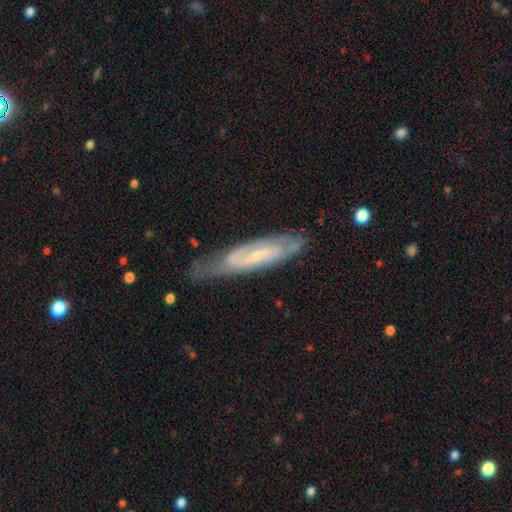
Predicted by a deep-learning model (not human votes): A featured or disk galaxy (78%) with a weak bar (45%), 2 (62%) tight (42%, tied with medium) spiral arms (89%) and a small central bulge (72%). Merging: none (64%).